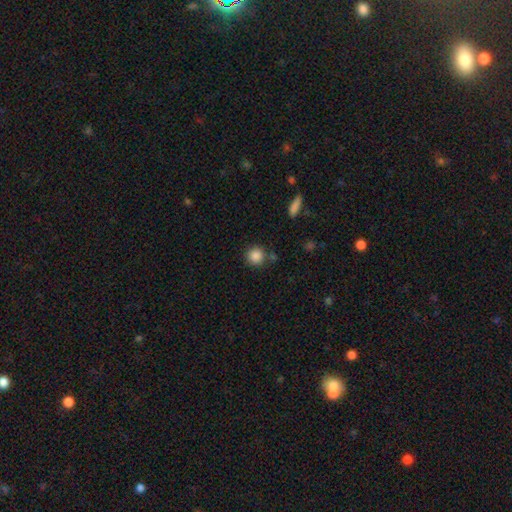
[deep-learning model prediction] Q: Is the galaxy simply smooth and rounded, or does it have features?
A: smooth — 87%.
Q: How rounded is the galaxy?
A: round — 92%.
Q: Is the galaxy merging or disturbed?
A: none — 81%.